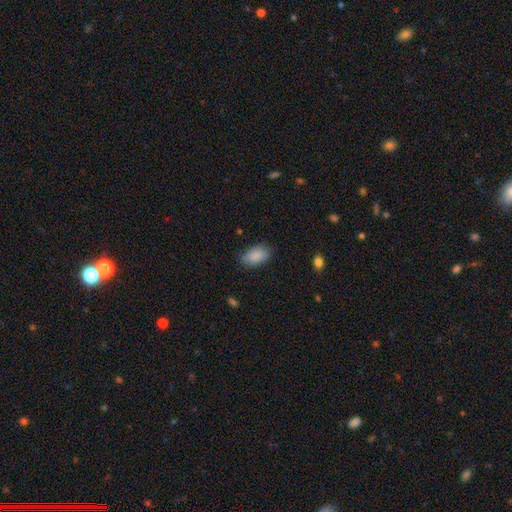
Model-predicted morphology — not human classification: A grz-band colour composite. It shows a smooth galaxy with no disk features (89%) that is in between round and cigar-shaped (93%). Merging: none (82%).